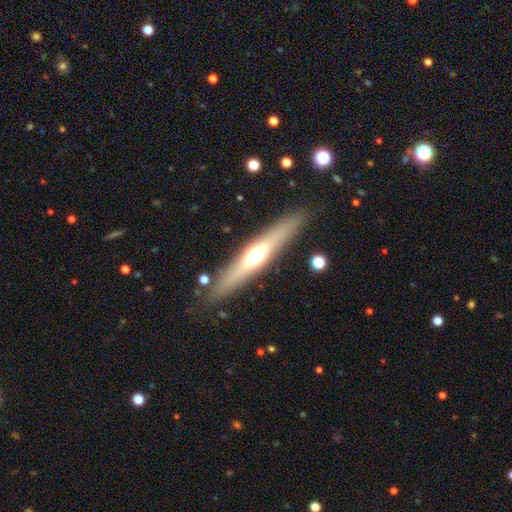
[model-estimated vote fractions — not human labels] Q: Smooth or featured?
A: featured or disk (58%); runner-up: smooth (35%)
Q: Edge-on disk?
A: yes (91%); runner-up: no (9%)
Q: Edge-on bulge?
A: rounded (90%); runner-up: none (5%)
Q: Merging?
A: none (87%); runner-up: minor disturbance (8%)